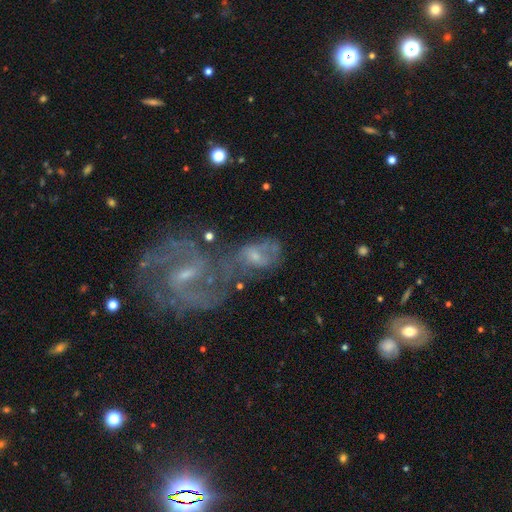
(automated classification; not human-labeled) featured or disk 66%, smooth 24%, star or artifact 10%. Down the decision tree: edge-on disk — no (96%); bar — weak (44%); spiral arms — yes (69%); bulge size — small (49%); merging — merger (48%).